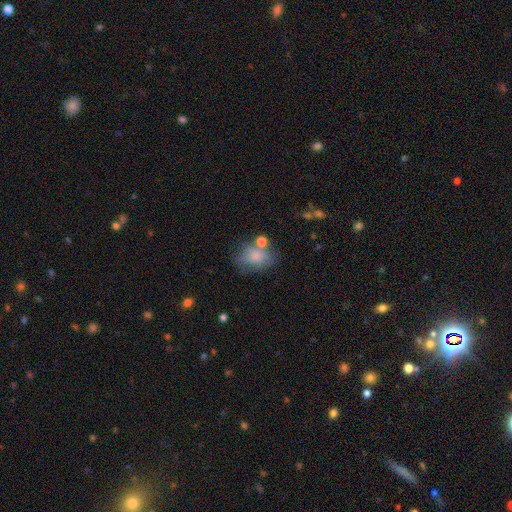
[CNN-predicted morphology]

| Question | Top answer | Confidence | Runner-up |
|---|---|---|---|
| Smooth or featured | smooth | 73% | featured or disk (17%) |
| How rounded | in between | 65% | round (34%) |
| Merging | none | 46% | minor disturbance (24%) |